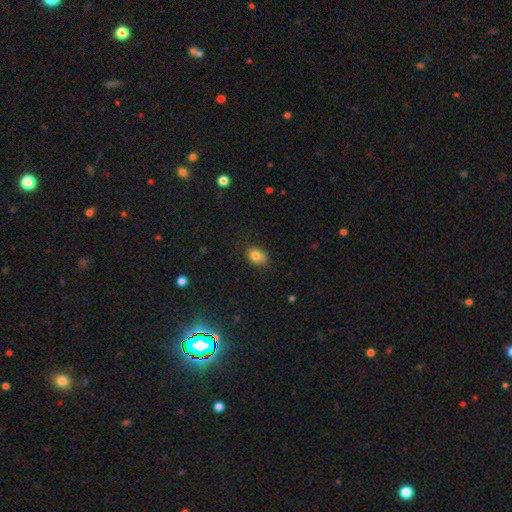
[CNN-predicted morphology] This appears to be a smooth galaxy with no disk features (79%) that is in between round and cigar-shaped (62%). Merging: none (61%).